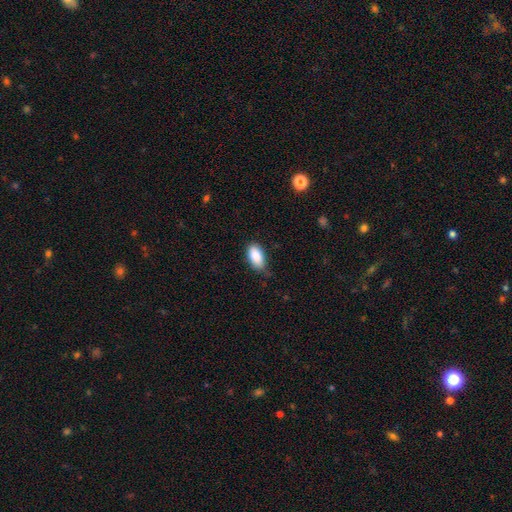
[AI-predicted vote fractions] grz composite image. It shows a smooth galaxy with no disk features (88%) that is in between round and cigar-shaped (93%). Merging: none (70%).